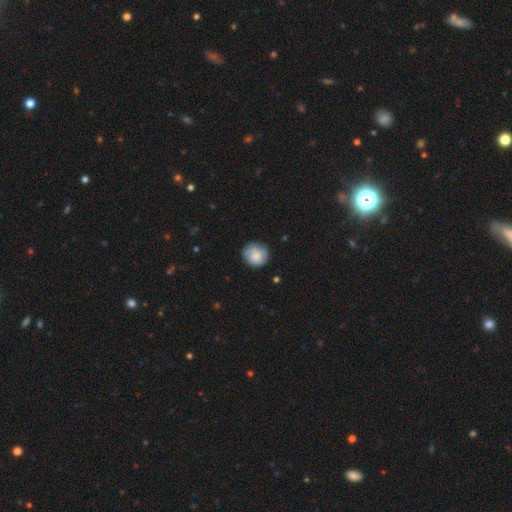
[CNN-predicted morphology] A smooth galaxy with no disk features (74%) that is round (84%).

Vote fractions:
- Smooth or featured? smooth: 74% / featured or disk: 19% / star or artifact: 7%
- How rounded? round: 84% / in between: 15% / cigar-shaped: 1%
- Merging? none: 74% / minor disturbance: 20% / major disturbance: 5% / merger: 1%